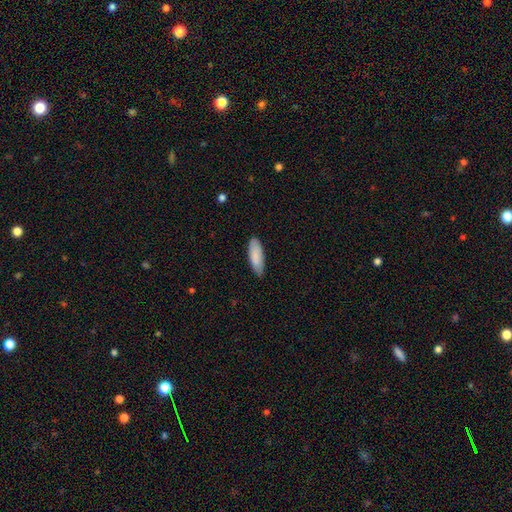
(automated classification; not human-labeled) A smooth galaxy with no disk features (86%) that is in between round and cigar-shaped (68%).

Vote fractions:
- Smooth or featured? smooth: 86% / featured or disk: 9% / star or artifact: 5%
- How rounded? in between: 68% / cigar-shaped: 30% / round: 1%
- Merging? none: 78% / minor disturbance: 19% / major disturbance: 3% / merger: 1%